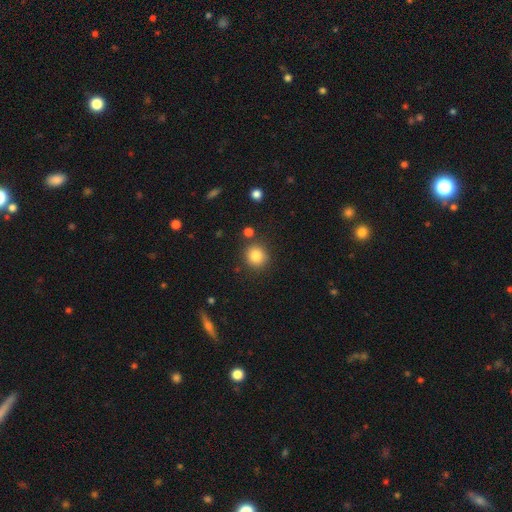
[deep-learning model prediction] This appears to be a smooth galaxy with no disk features (83%) that is round (88%). Merging: none (84%).